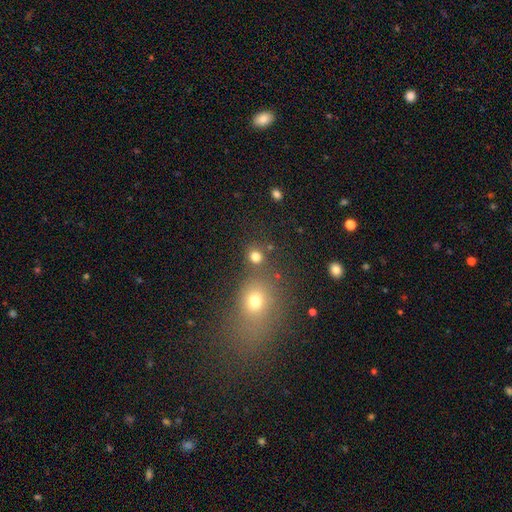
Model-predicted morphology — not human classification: smooth 69%, star or artifact 22%, featured or disk 8%. Down the decision tree: how rounded — round (80%); merging — none (70%).